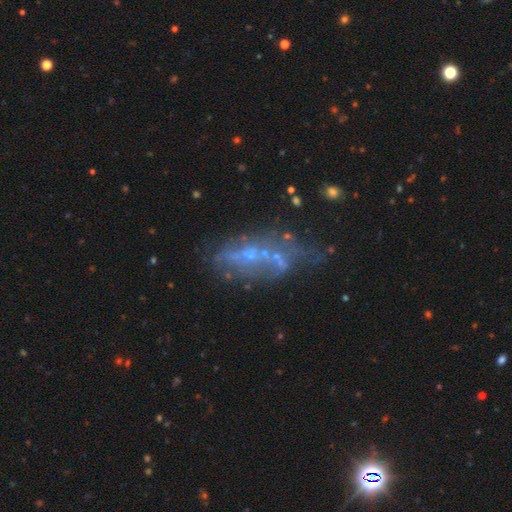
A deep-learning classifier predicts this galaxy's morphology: Smooth or featured? Predicted: featured or disk (p=0.62). Edge-on disk? Predicted: no (p=0.81). Bar? Predicted: no (p=0.72). Spiral arms? Predicted: no (p=0.67). Bulge size? Predicted: small (p=0.55). Merging? Predicted: none (p=0.42).